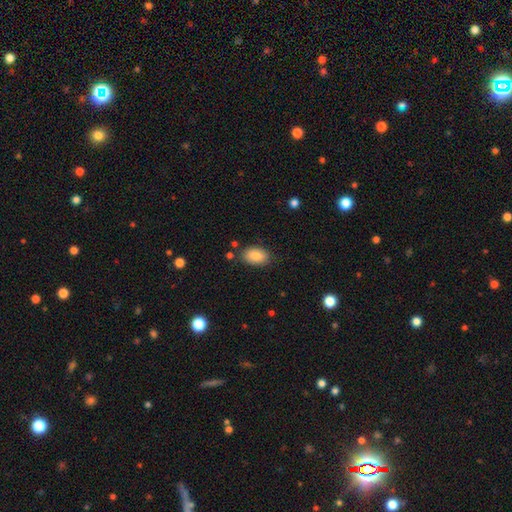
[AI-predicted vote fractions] smooth-or-featured: smooth: 86% | star or artifact: 7% | featured or disk: 7%
  how-rounded: in between: 92% | round: 7% | cigar-shaped: 1%
  merging: none: 82% | minor disturbance: 13% | major disturbance: 3% | merger: 3%